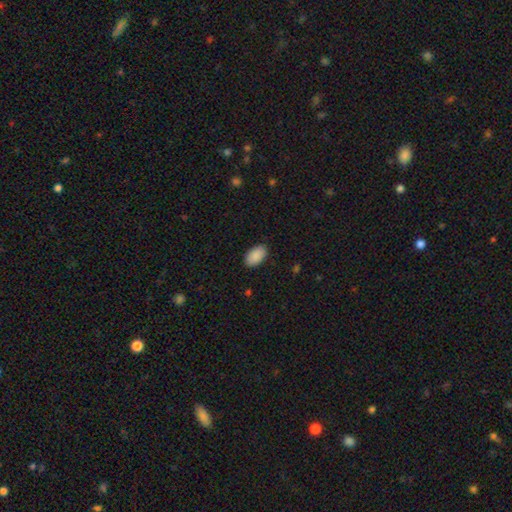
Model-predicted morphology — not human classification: Overall: smooth (91%). How rounded: in between (95%). Merging: none (88%).